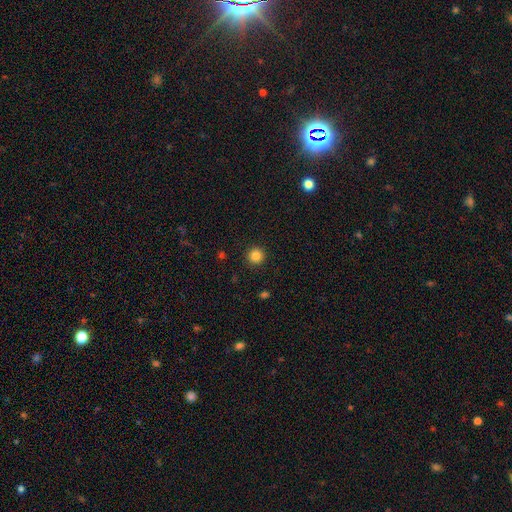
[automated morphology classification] The model was most divided on "smooth or featured": smooth: 85%, star or artifact: 11%, featured or disk: 4%. More confident: how rounded — round (96%); merging — none (93%).